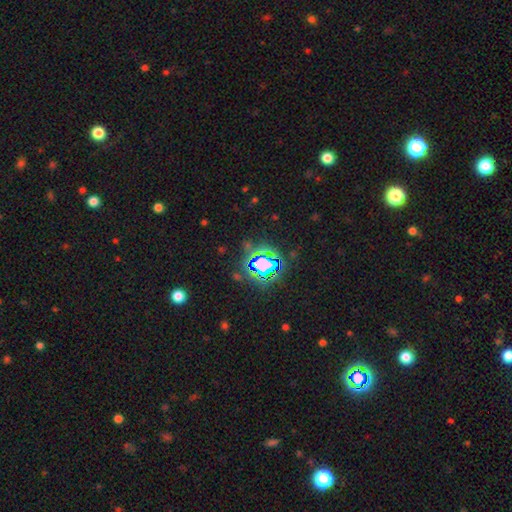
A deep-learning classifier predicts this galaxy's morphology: type=star or artifact (80%).